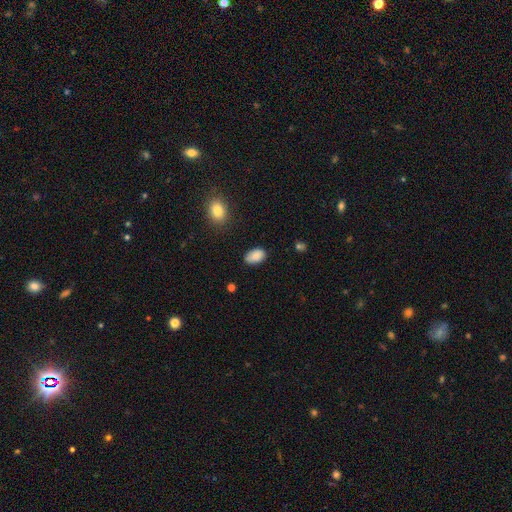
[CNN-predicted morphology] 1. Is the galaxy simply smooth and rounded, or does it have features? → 87% smooth, 8% star or artifact, 6% featured or disk.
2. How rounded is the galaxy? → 92% in between, 7% round, 1% cigar-shaped.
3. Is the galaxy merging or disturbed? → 81% none, 15% minor disturbance, 3% major disturbance, 1% merger.